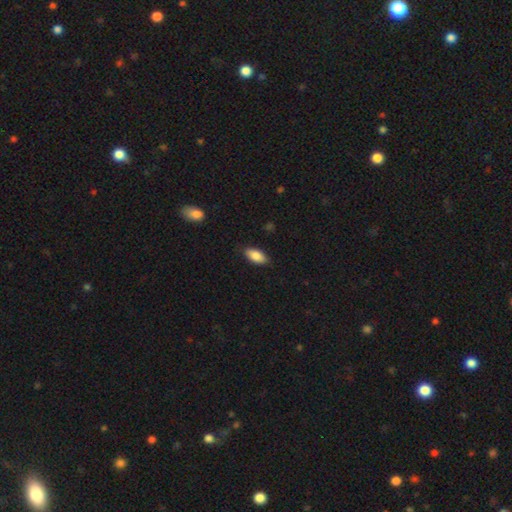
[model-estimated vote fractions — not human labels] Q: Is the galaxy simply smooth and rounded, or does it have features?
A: smooth — 86%.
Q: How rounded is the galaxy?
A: in between — 89%.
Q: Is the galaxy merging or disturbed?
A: none — 85%.